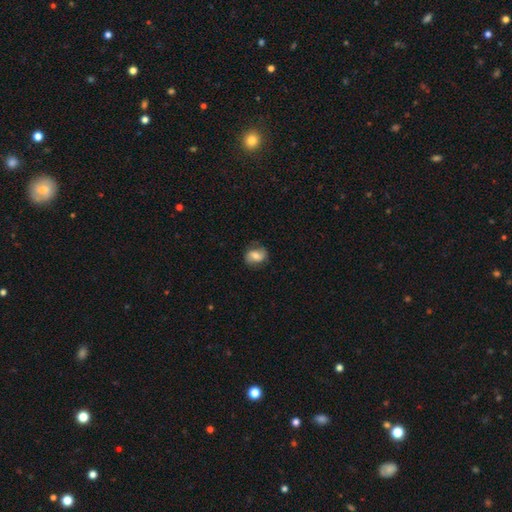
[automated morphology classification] Smooth or featured? smooth (50%)
Merging? none (73%)